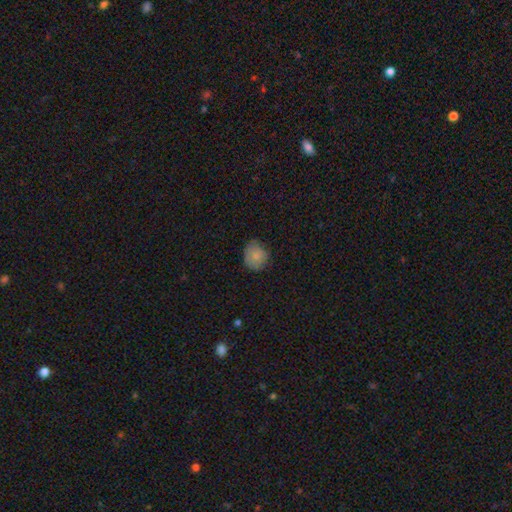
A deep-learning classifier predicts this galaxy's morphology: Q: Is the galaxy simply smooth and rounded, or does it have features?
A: smooth — 82%.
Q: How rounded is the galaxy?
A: round — 77%.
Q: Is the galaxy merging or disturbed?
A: none — 69%.